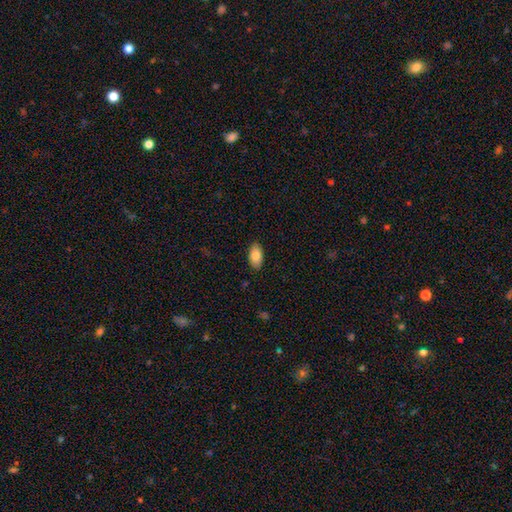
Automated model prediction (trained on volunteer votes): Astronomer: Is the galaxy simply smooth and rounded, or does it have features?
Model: smooth — 85%.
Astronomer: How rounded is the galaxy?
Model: in between — 94%.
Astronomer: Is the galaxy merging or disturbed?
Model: none — 88%.